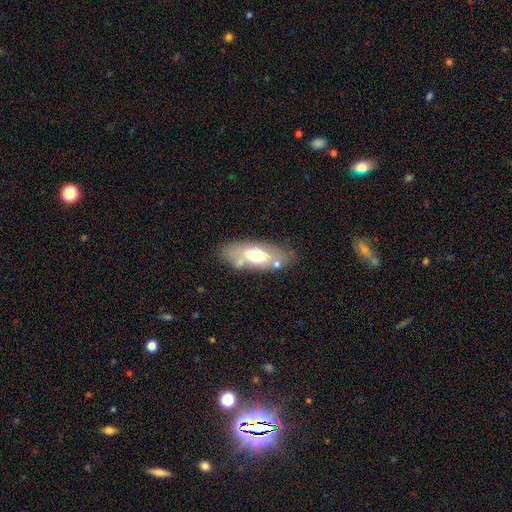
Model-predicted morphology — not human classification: Smooth or featured?
  - smooth: 56% *
  - featured or disk: 37%
  - star or artifact: 7%
How rounded?
  - in between: 82% *
  - cigar-shaped: 15%
  - round: 3%
Merging?
  - none: 65% *
  - minor disturbance: 18%
  - merger: 11%
  - major disturbance: 6%